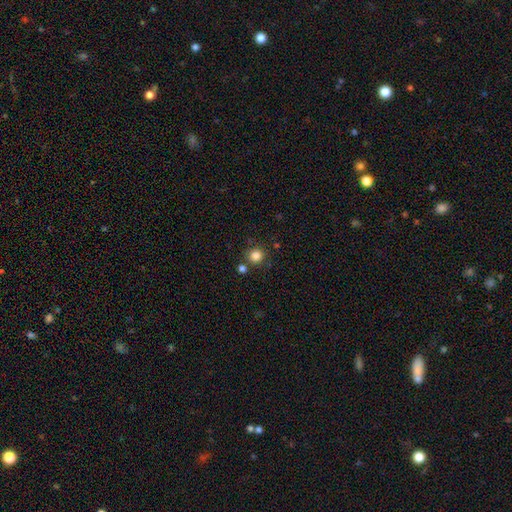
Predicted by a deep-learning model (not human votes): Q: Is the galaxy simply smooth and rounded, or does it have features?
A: smooth — 84%.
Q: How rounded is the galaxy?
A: round — 93%.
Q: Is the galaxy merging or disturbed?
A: none — 82%.